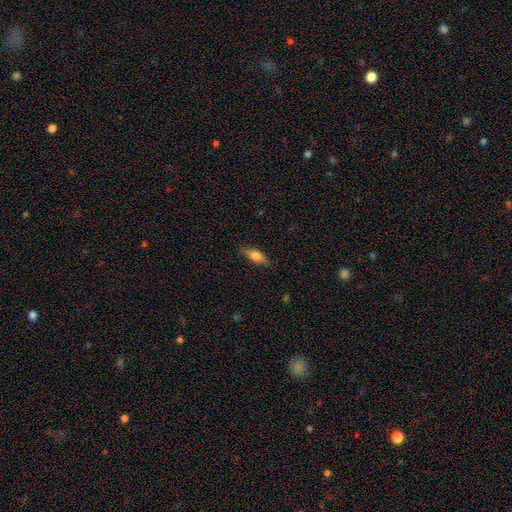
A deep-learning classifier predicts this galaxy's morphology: A smooth galaxy with no disk features (69%) that is in between round and cigar-shaped (61%).

Vote fractions:
- Smooth or featured? smooth: 69% / featured or disk: 24% / star or artifact: 7%
- How rounded? in between: 61% / cigar-shaped: 35% / round: 3%
- Merging? none: 84% / minor disturbance: 12% / major disturbance: 3% / merger: 1%